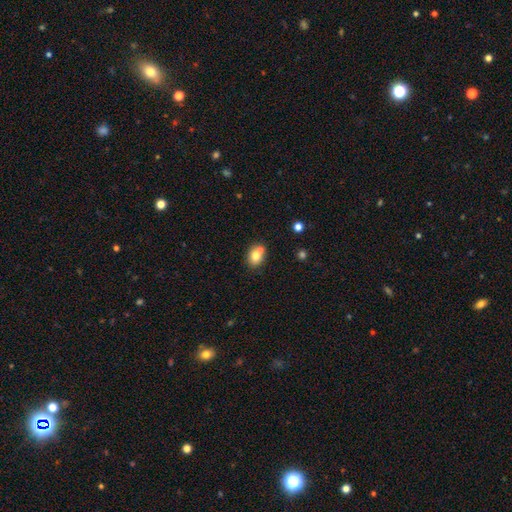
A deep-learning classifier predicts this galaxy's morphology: The model was most divided on "how rounded": round: 54%, in between: 45%, cigar-shaped: 1%. More confident: smooth or featured — smooth (76%); merging — none (54%).